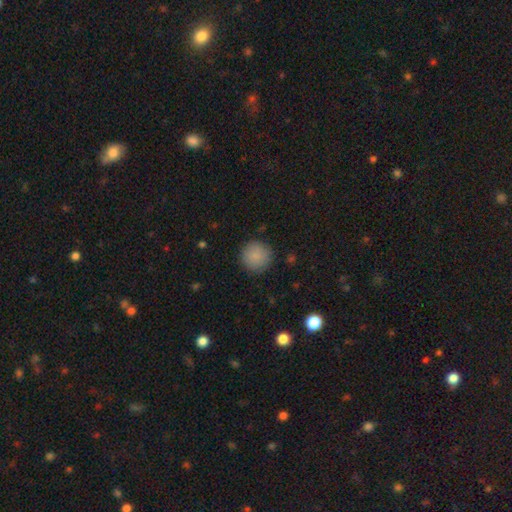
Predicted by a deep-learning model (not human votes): Morphology: type=smooth (87%); roundness=round (95%); merging=none (88%).